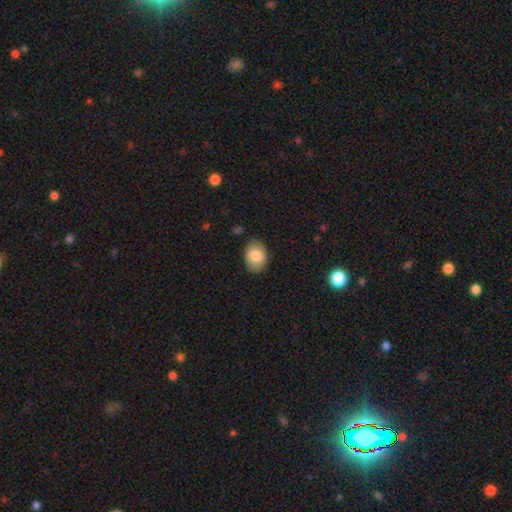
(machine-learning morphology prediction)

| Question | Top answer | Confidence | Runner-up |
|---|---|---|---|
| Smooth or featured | smooth | 82% | featured or disk (11%) |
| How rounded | in between | 78% | round (21%) |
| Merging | none | 83% | minor disturbance (13%) |